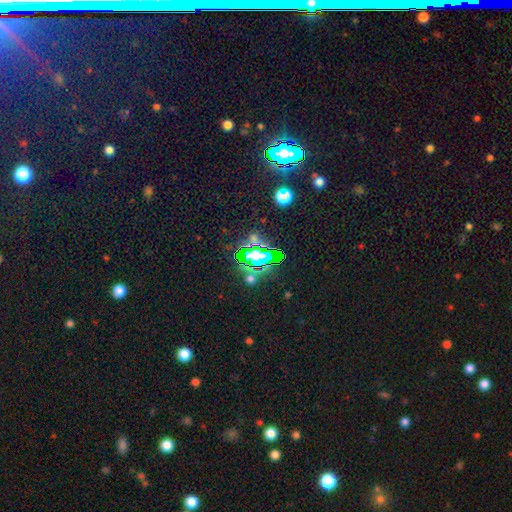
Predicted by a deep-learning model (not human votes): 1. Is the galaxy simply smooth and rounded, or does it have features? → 70% star or artifact, 19% smooth, 11% featured or disk.